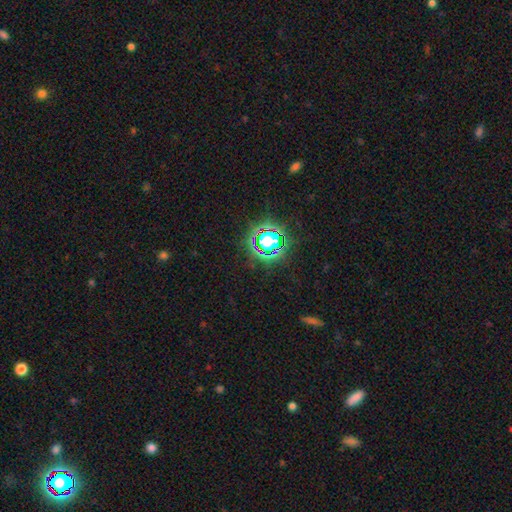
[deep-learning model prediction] The model was most divided on "smooth or featured": star or artifact: 79%, smooth: 14%, featured or disk: 7%.